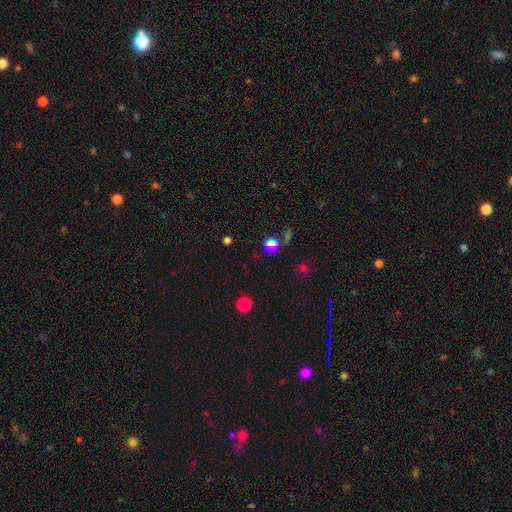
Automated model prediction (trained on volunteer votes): Smooth or featured? Predicted: smooth (p=0.50). Merging? Predicted: none (p=0.81).